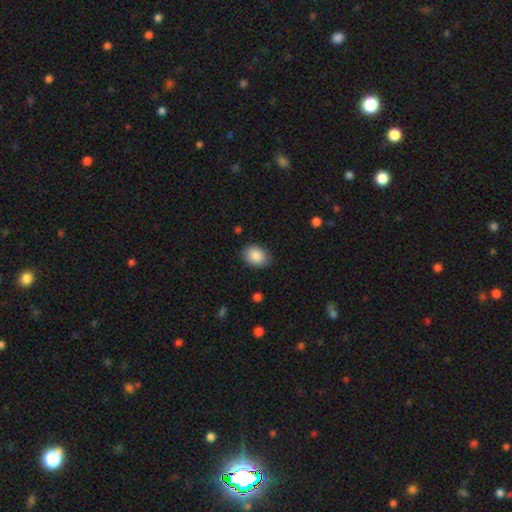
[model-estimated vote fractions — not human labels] A smooth galaxy with no disk features (88%) that is in between round and cigar-shaped (71%).

Vote fractions:
- Smooth or featured? smooth: 88% / star or artifact: 7% / featured or disk: 5%
- How rounded? in between: 71% / round: 28% / cigar-shaped: 1%
- Merging? none: 81% / minor disturbance: 15% / major disturbance: 3% / merger: 1%